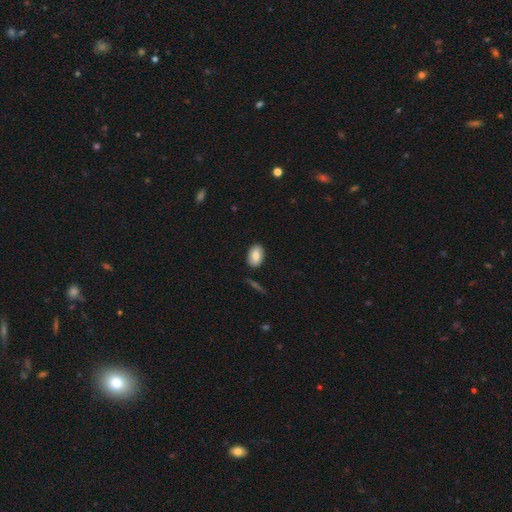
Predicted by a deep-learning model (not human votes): Overall: smooth (83%). How rounded: in between (91%). Merging: none (87%).